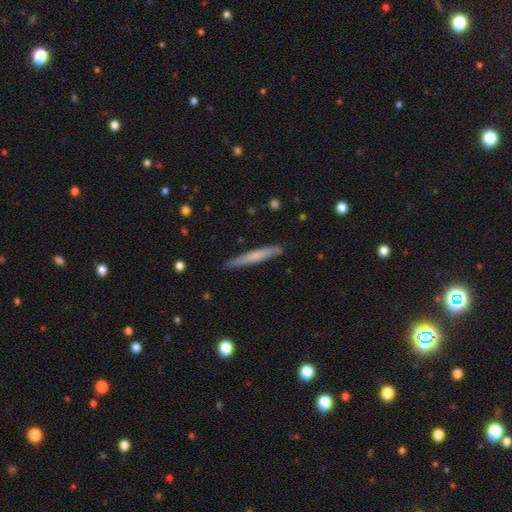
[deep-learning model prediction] Q: Smooth or featured?
A: smooth (60%); runner-up: featured or disk (34%)
Q: How rounded?
A: cigar-shaped (96%); runner-up: in between (3%)
Q: Merging?
A: none (87%); runner-up: minor disturbance (10%)